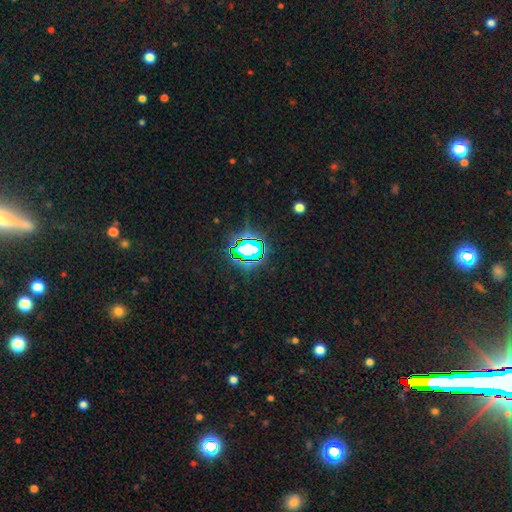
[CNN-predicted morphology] smooth-or-featured: star or artifact: 82% | smooth: 11% | featured or disk: 7%